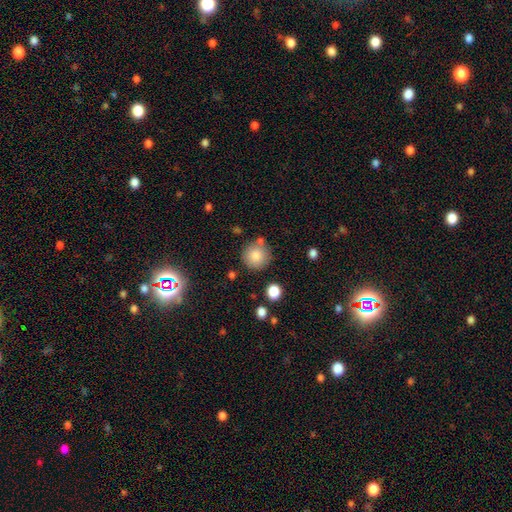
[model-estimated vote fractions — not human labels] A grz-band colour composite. It shows a smooth galaxy with no disk features (83%) that is round (94%). Merging: none (79%).